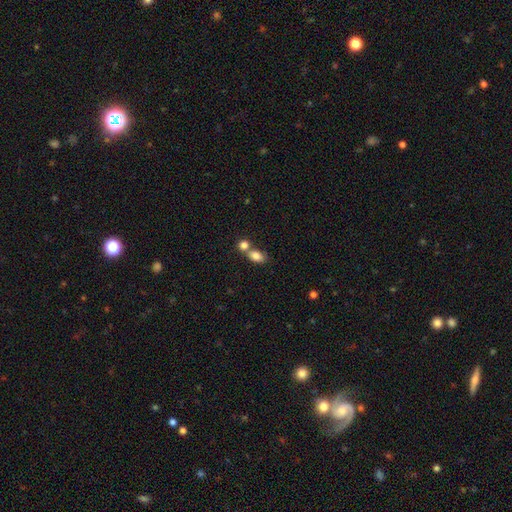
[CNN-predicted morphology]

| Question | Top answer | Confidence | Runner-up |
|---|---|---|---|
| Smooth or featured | smooth | 82% | star or artifact (9%) |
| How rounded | in between | 79% | round (18%) |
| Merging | merger | 47% | none (40%) |